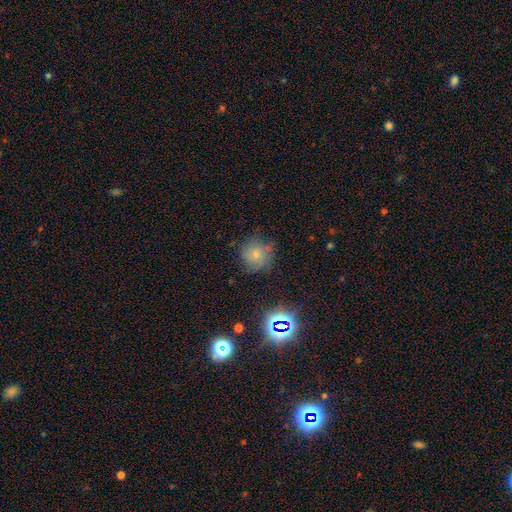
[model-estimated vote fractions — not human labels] A smooth galaxy with no disk features (66%) that is round (91%).

Vote fractions:
- Smooth or featured? smooth: 66% / star or artifact: 18% / featured or disk: 16%
- How rounded? round: 91% / in between: 8% / cigar-shaped: 1%
- Merging? none: 73% / minor disturbance: 19% / major disturbance: 6% / merger: 3%